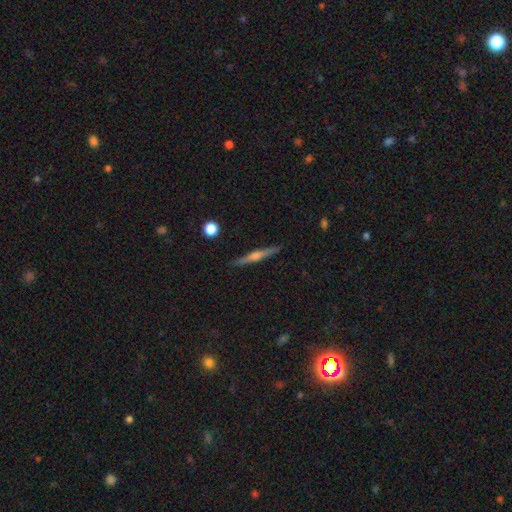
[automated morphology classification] type=featured or disk (75%); edge-on=yes (98%); edge-on bulge=rounded (86%); merging=none (92%).